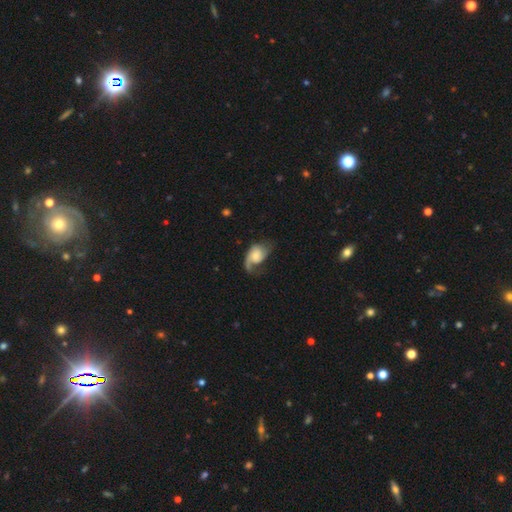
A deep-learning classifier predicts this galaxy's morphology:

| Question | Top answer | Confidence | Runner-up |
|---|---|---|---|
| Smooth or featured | featured or disk | 65% | smooth (28%) |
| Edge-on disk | no | 97% | yes (3%) |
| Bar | no | 68% | weak (27%) |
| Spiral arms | yes | 90% | no (10%) |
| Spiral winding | loose | 49% | medium (35%) |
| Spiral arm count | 2 | 47% | 1 (44%) |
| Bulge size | small | 44% | moderate (37%) |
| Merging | none | 39% | major disturbance (33%) |